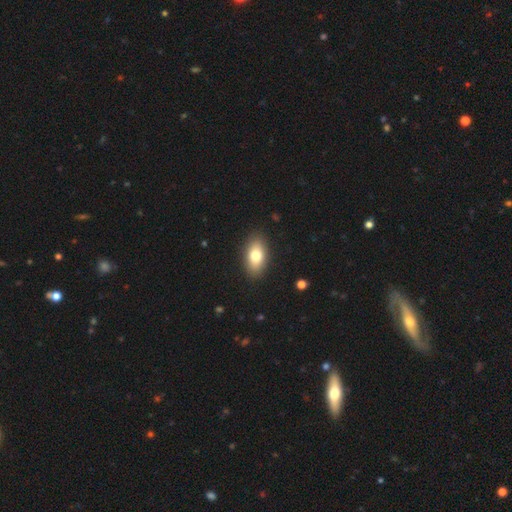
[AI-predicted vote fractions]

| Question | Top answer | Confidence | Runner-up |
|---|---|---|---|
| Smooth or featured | smooth | 78% | featured or disk (15%) |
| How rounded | in between | 90% | cigar-shaped (5%) |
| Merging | none | 88% | minor disturbance (8%) |